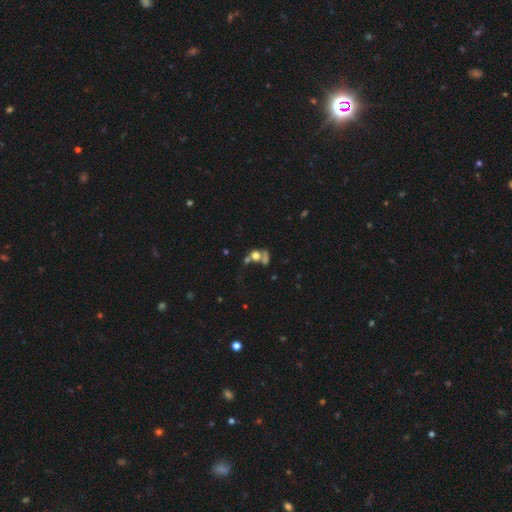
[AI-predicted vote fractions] Q: Smooth or featured?
A: smooth (56%); runner-up: featured or disk (26%)
Q: How rounded?
A: round (60%); runner-up: in between (37%)
Q: Merging?
A: merger (50%); runner-up: none (26%)